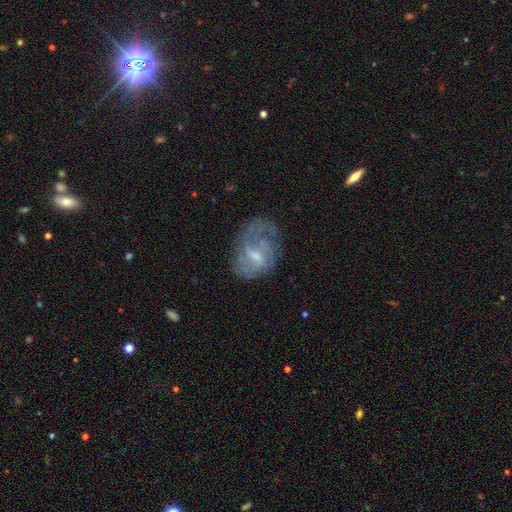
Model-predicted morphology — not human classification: Smooth or featured? featured or disk (65%)
Edge-on disk? no (97%)
Bar? weak (56%)
Spiral arms? yes (62%)
Bulge size? small (44%)
Merging? none (43%)